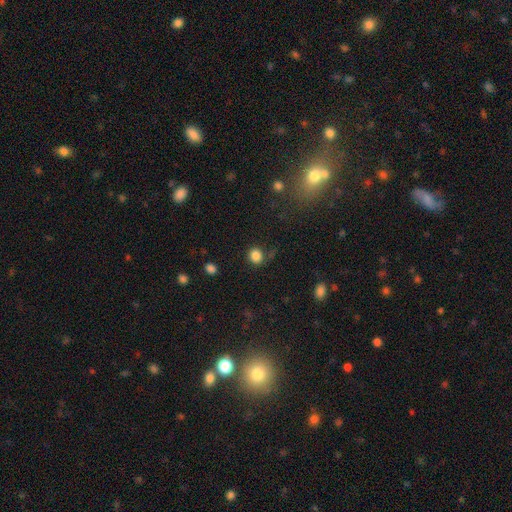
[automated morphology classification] A smooth galaxy with no disk features (85%) that is round (83%).

Vote fractions:
- Smooth or featured? smooth: 85% / star or artifact: 11% / featured or disk: 4%
- How rounded? round: 83% / in between: 17% / cigar-shaped: 1%
- Merging? none: 79% / minor disturbance: 12% / major disturbance: 5% / merger: 4%